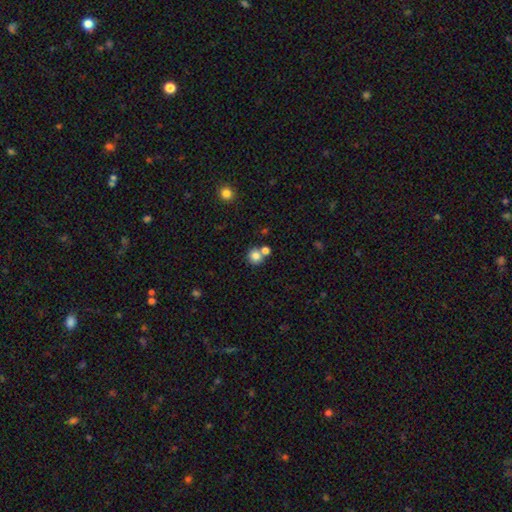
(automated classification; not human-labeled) Q: Smooth or featured?
A: smooth (80%); runner-up: star or artifact (11%)
Q: How rounded?
A: round (89%); runner-up: in between (10%)
Q: Merging?
A: none (57%); runner-up: merger (33%)